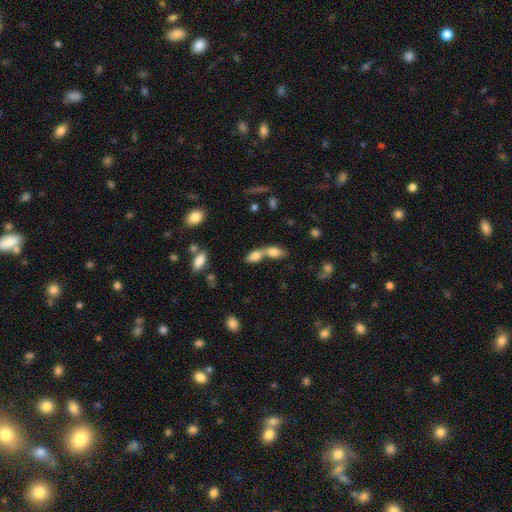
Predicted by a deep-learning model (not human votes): This is likely a smooth galaxy (75%). How rounded: clearly in between (81%). Merging: likely merger (72%).